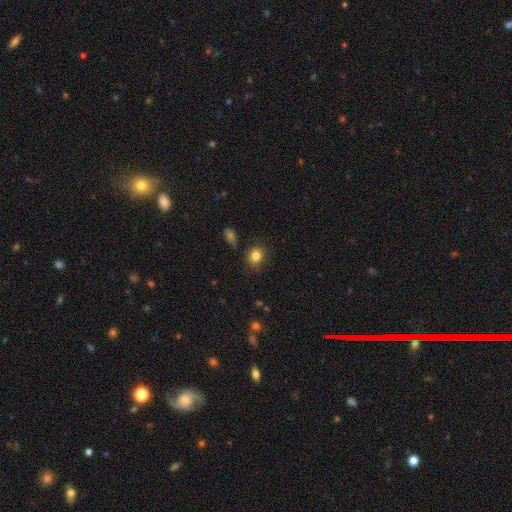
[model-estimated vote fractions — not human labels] Smooth or featured: smooth — 84% (star or artifact — 10%)
How rounded: round — 60% (in between — 39%)
Merging: none — 81% (minor disturbance — 13%)